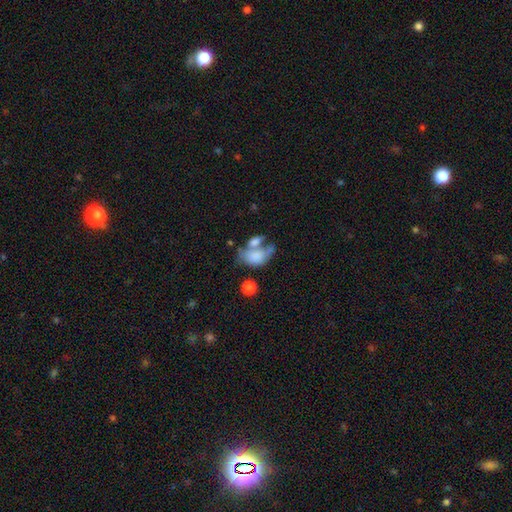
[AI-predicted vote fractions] Q: Smooth or featured?
A: smooth (71%); runner-up: featured or disk (21%)
Q: How rounded?
A: in between (82%); runner-up: round (16%)
Q: Merging?
A: merger (49%); runner-up: none (21%)